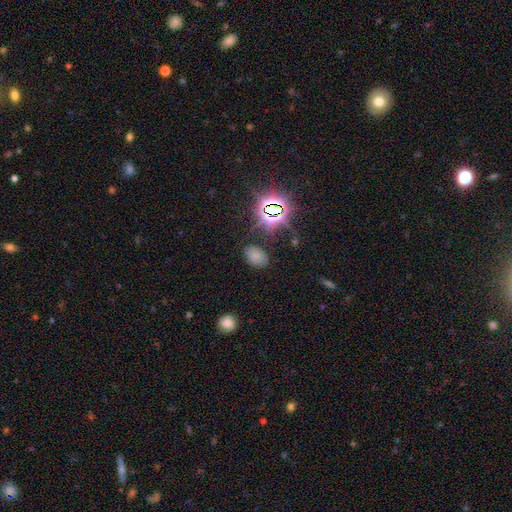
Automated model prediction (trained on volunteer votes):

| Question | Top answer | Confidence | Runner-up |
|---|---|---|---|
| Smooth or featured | smooth | 63% | star or artifact (28%) |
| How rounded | in between | 86% | round (13%) |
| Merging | none | 77% | minor disturbance (15%) |